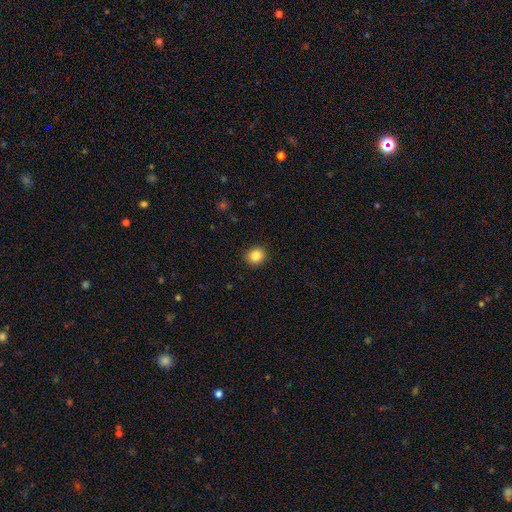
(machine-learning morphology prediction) Smooth or featured?
  - smooth: 86% *
  - star or artifact: 10%
  - featured or disk: 4%
How rounded?
  - round: 82% *
  - in between: 17%
  - cigar-shaped: 1%
Merging?
  - none: 91% *
  - minor disturbance: 6%
  - major disturbance: 2%
  - merger: 1%